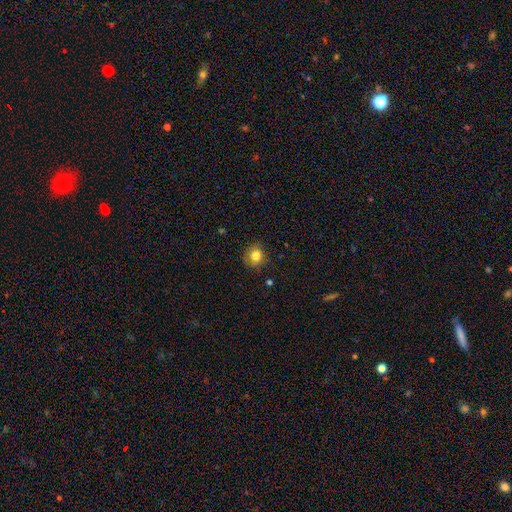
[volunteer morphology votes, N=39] smooth 79%, featured or disk 10%, star or artifact 10%. Down the decision tree: how rounded — round (84%); merging — none (86%).